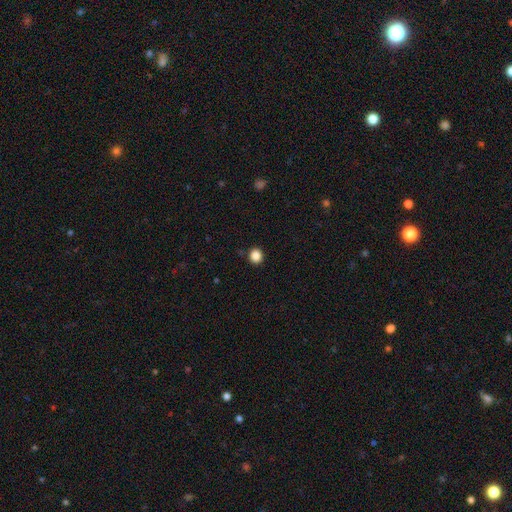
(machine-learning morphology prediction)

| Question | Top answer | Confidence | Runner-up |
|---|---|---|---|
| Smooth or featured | smooth | 86% | star or artifact (11%) |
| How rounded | round | 88% | in between (11%) |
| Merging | none | 90% | minor disturbance (6%) |